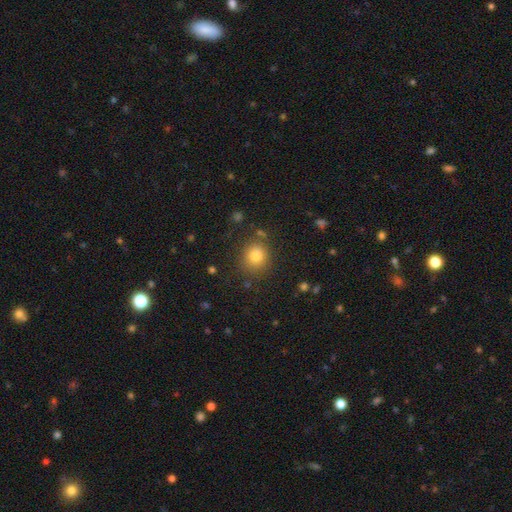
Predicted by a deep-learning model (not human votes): Smooth or featured: smooth — 82% (star or artifact — 12%)
How rounded: round — 82% (in between — 17%)
Merging: none — 81% (minor disturbance — 11%)